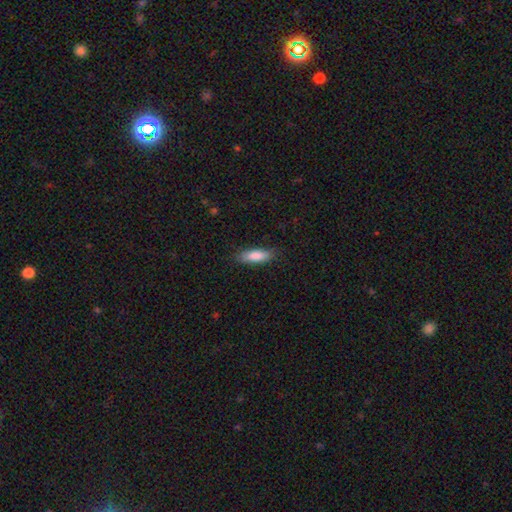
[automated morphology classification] This appears to be a smooth galaxy with no disk features (83%) that is in between round and cigar-shaped (55%). Merging: none (84%).